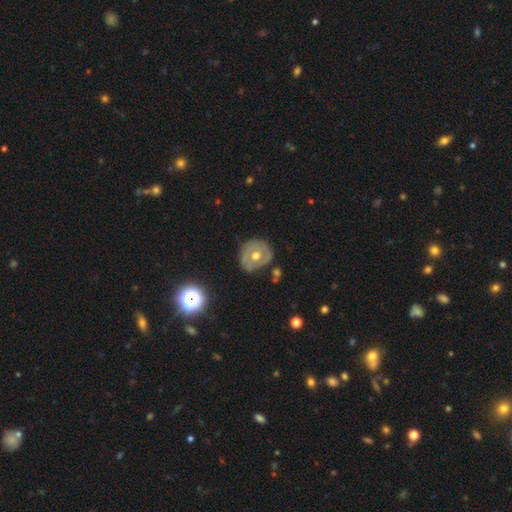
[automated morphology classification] smooth-or-featured: featured or disk: 58% | smooth: 33% | star or artifact: 9%
  disk-edge-on: no: 96% | yes: 4%
    bar: no: 81% | weak: 14% | strong: 5%
    has-spiral-arms: no: 65% | yes: 35%
    bulge-size: moderate: 80% | small: 10% | large: 7% | none: 1% | dominant: 1%
  merging: none: 71% | minor disturbance: 19% | major disturbance: 6% | merger: 3%